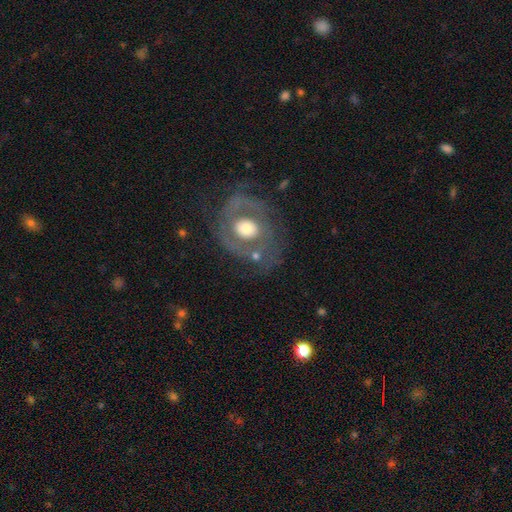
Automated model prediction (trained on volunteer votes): A featured or disk galaxy (70%) with no bar (63%), spiral arms (57%) and a moderate central bulge (55%). Merging: none (70%).